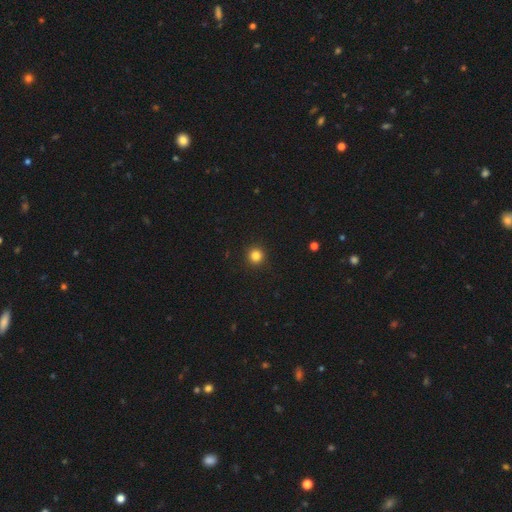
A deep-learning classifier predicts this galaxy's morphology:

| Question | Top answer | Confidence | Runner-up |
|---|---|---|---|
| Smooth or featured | smooth | 83% | star or artifact (13%) |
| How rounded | round | 95% | in between (4%) |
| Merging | none | 93% | minor disturbance (4%) |